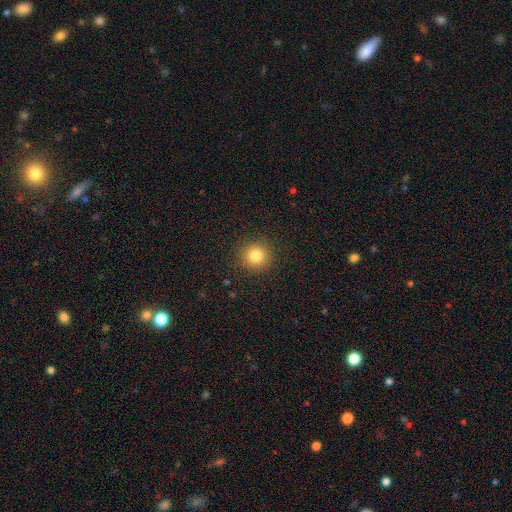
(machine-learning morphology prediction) Smooth or featured? smooth (82%)
How rounded? round (94%)
Merging? none (91%)